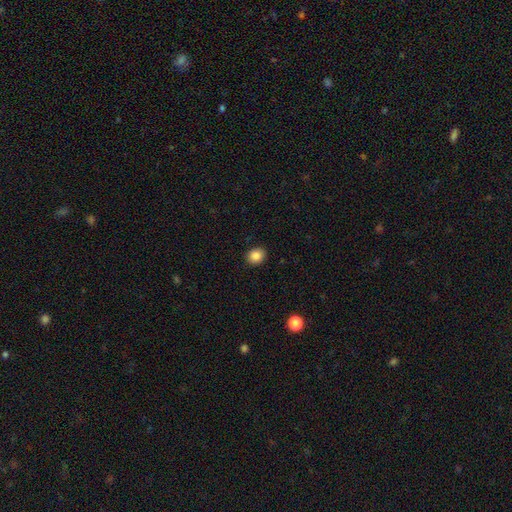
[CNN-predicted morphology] smooth_or_featured: smooth (p=0.87) [alt: star or artifact p=0.09]
how_rounded: round (p=0.68) [alt: in between p=0.32]
merging: none (p=0.91) [alt: minor disturbance p=0.06]